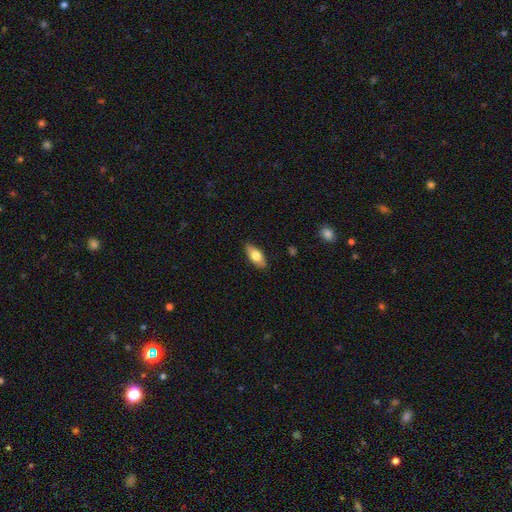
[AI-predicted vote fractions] Smooth or featured? smooth (71%)
How rounded? in between (86%)
Merging? none (86%)